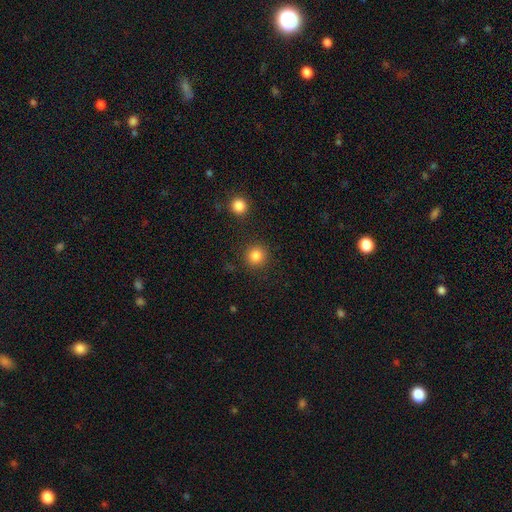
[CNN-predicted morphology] Smooth or featured? Predicted: smooth (p=0.85). How rounded? Predicted: round (p=0.94). Merging? Predicted: none (p=0.88).